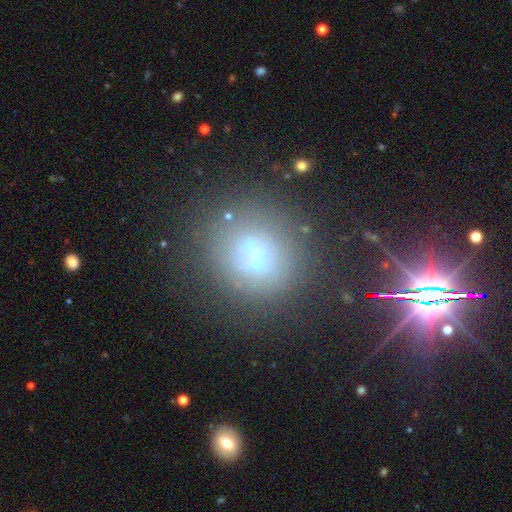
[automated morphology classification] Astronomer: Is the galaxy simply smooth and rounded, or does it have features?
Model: smooth — 45% (runner-up: featured or disk, 30%).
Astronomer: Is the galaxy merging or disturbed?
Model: none — 61%.